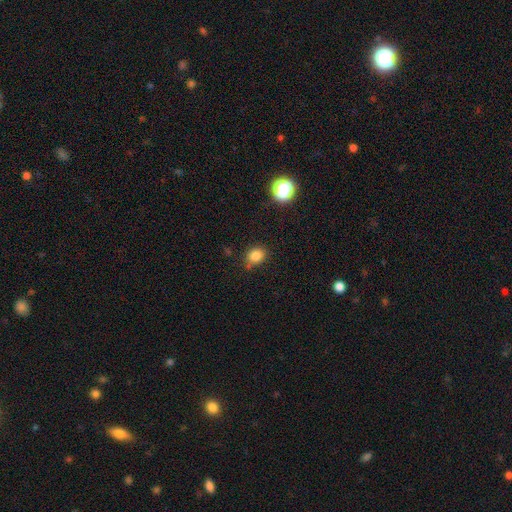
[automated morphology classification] Smooth or featured: smooth — 82% (star or artifact — 13%)
How rounded: round — 65% (in between — 34%)
Merging: none — 76% (minor disturbance — 15%)